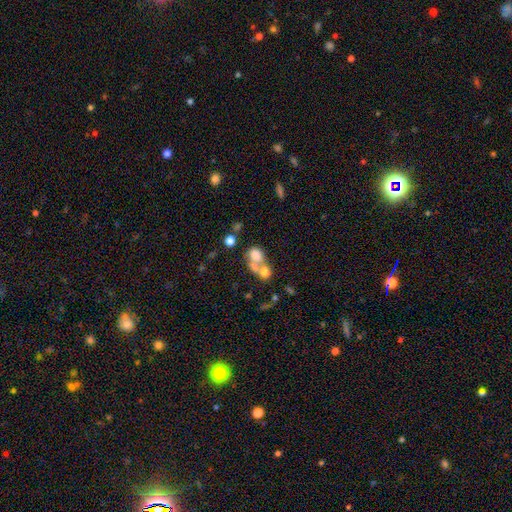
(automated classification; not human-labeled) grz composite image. It shows a smooth galaxy with no disk features (67%) that is round (52%). Merging: merger (62%).